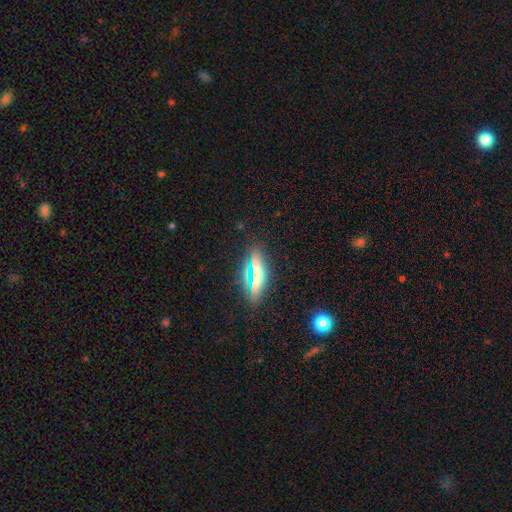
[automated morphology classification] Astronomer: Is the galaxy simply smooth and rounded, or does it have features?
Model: smooth — 57%.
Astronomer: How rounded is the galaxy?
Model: in between — 63%.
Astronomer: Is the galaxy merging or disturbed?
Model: none — 83%.